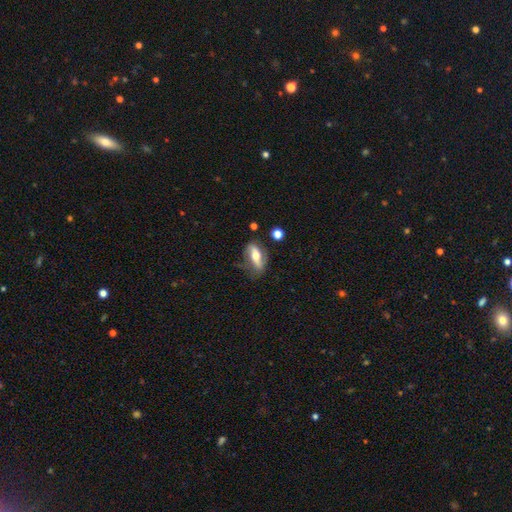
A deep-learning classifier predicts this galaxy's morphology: featured or disk 55%, smooth 38%, star or artifact 7%. Down the decision tree: edge-on disk — no (67%); merging — none (58%).